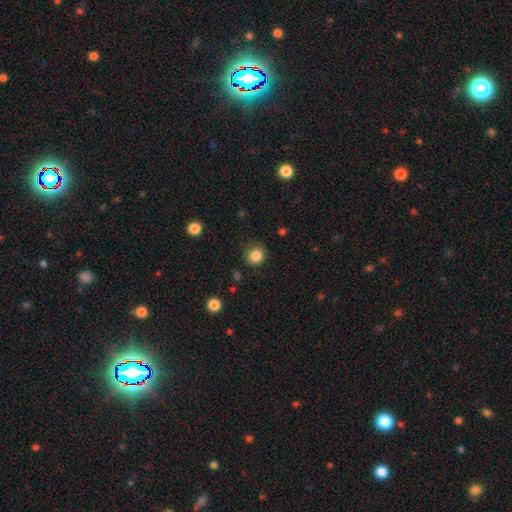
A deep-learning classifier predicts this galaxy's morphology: This is clearly a smooth galaxy (85%). How rounded: clearly round (87%). Merging: clearly none (83%).